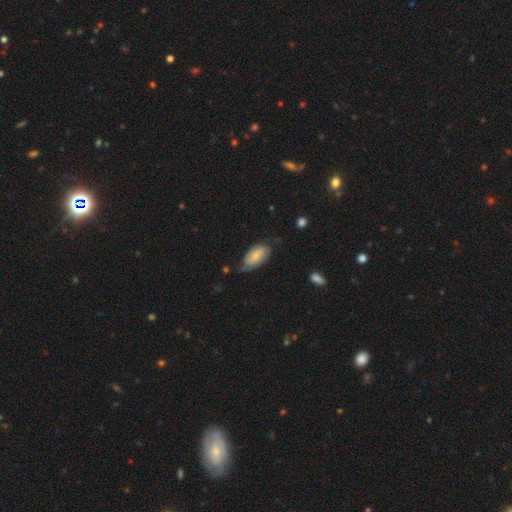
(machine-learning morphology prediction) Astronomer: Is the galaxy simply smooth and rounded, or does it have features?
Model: smooth — 67%.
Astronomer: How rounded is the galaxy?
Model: in between — 93%.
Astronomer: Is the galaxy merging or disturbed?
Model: none — 54% (runner-up: minor disturbance, 35%).